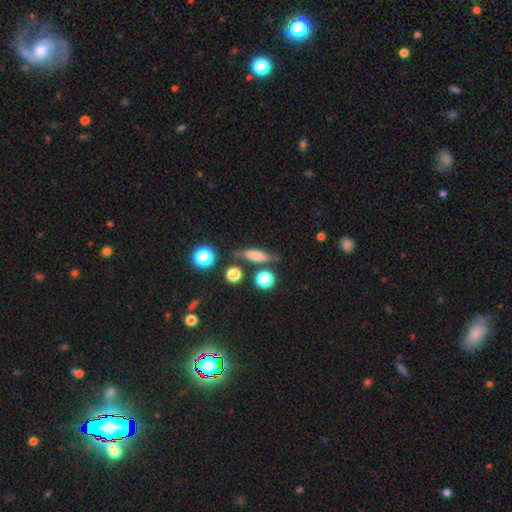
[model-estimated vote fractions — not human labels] Smooth or featured: smooth — 62% (featured or disk — 27%)
How rounded: cigar-shaped — 52% (in between — 40%)
Merging: none — 71% (minor disturbance — 17%)